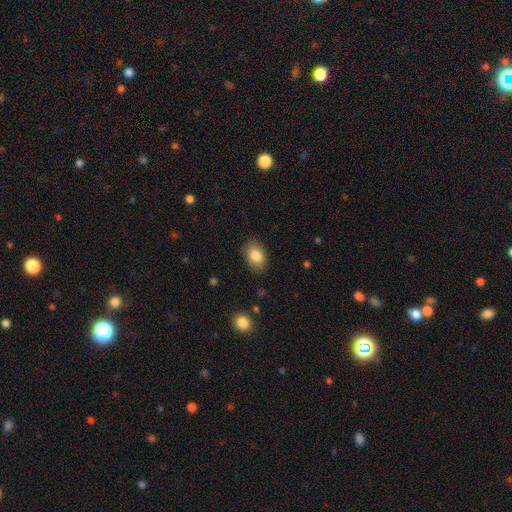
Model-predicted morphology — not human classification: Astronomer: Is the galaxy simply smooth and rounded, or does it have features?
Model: smooth — 84%.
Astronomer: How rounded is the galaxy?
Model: in between — 80%.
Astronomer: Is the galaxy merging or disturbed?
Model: none — 84%.